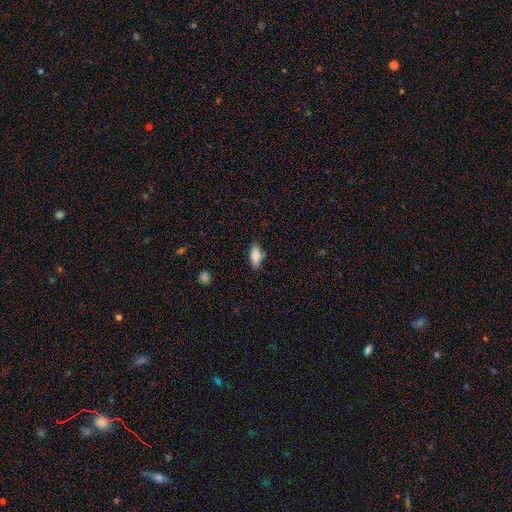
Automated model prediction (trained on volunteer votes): Smooth or featured? Predicted: smooth (p=0.86). How rounded? Predicted: in between (p=0.85). Merging? Predicted: none (p=0.75).